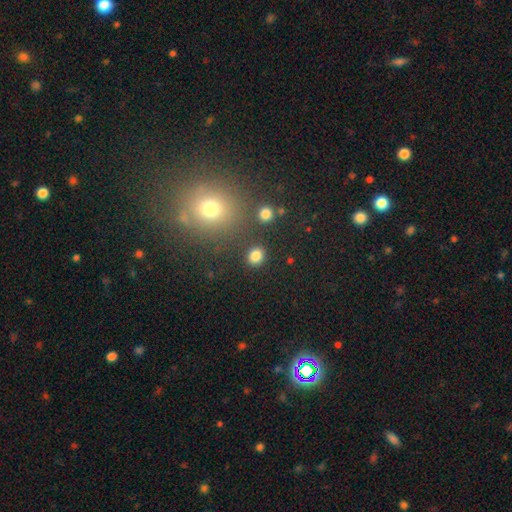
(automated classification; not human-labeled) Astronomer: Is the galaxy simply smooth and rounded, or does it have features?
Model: smooth — 83%.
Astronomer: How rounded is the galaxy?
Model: round — 69%.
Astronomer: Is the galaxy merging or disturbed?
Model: none — 86%.